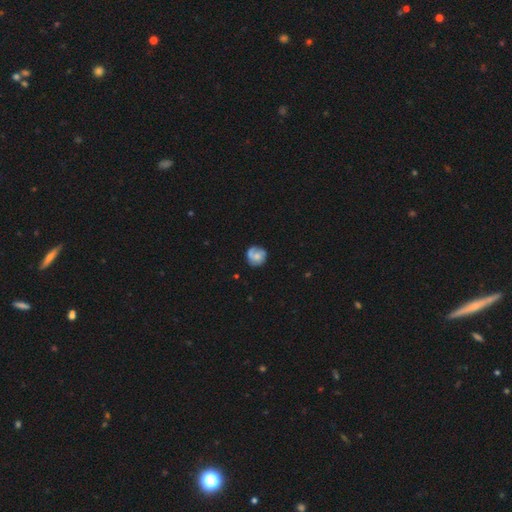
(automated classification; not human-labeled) A featured or disk galaxy (49%). Merging: none (62%).